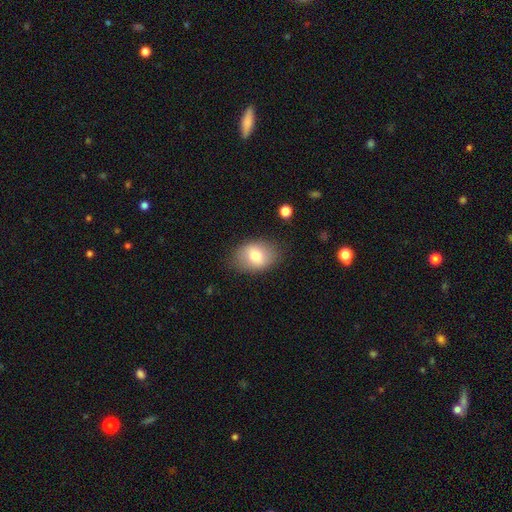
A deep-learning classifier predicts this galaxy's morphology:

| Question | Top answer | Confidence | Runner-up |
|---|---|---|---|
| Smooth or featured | smooth | 73% | featured or disk (20%) |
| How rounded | in between | 73% | round (26%) |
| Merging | none | 81% | minor disturbance (14%) |